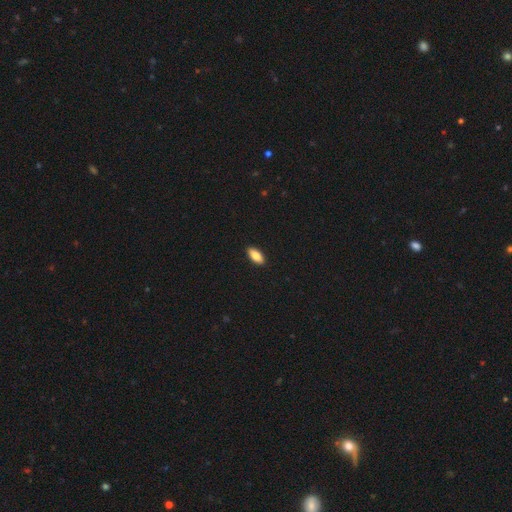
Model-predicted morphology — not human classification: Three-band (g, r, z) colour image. It shows a smooth galaxy with no disk features (83%) that is in between round and cigar-shaped (85%). Merging: none (90%).